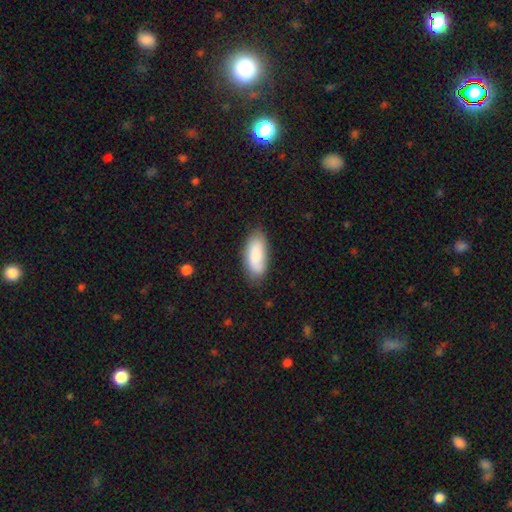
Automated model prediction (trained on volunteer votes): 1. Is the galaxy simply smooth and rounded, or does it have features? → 83% smooth, 11% featured or disk, 6% star or artifact.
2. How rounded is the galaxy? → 89% in between, 9% cigar-shaped, 2% round.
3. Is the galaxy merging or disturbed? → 74% none, 20% minor disturbance, 4% major disturbance, 2% merger.